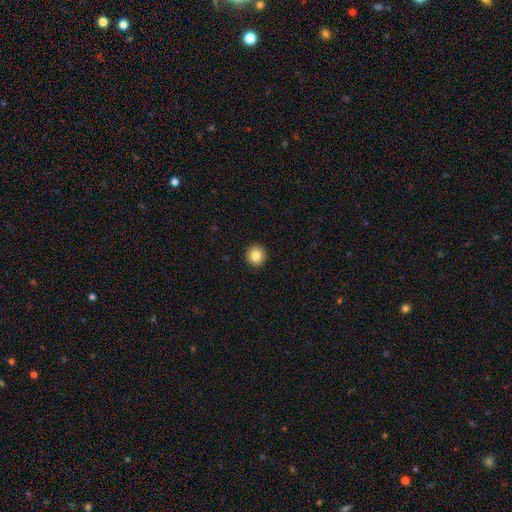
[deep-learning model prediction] Smooth or featured? smooth (83%)
How rounded? round (93%)
Merging? none (93%)